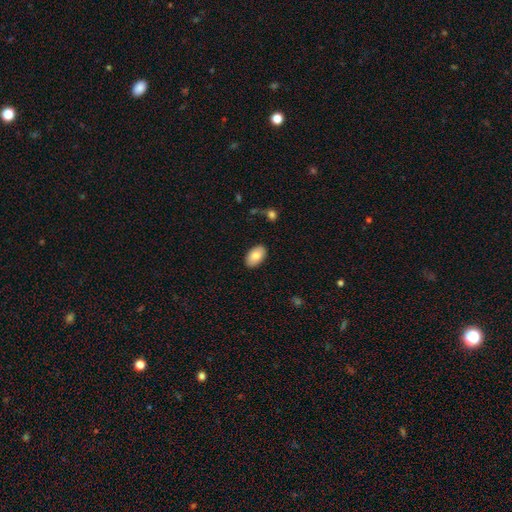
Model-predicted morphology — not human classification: smooth_or_featured: smooth (p=0.82) [alt: featured or disk p=0.12]
how_rounded: in between (p=0.94) [alt: round p=0.05]
merging: none (p=0.88) [alt: minor disturbance p=0.09]